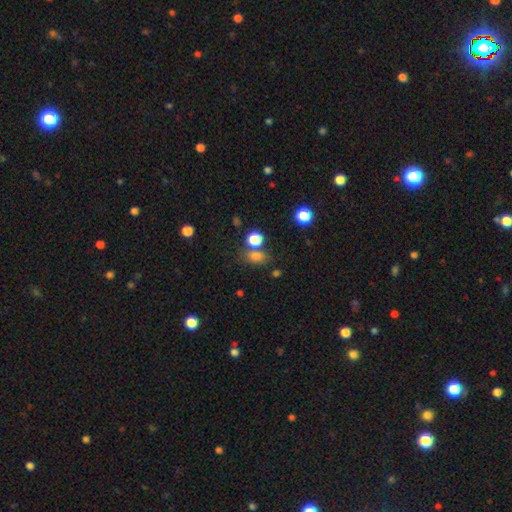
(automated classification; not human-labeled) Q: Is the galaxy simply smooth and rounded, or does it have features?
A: smooth — 75%.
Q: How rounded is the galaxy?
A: in between — 63%.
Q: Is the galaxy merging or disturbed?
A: none — 64%.